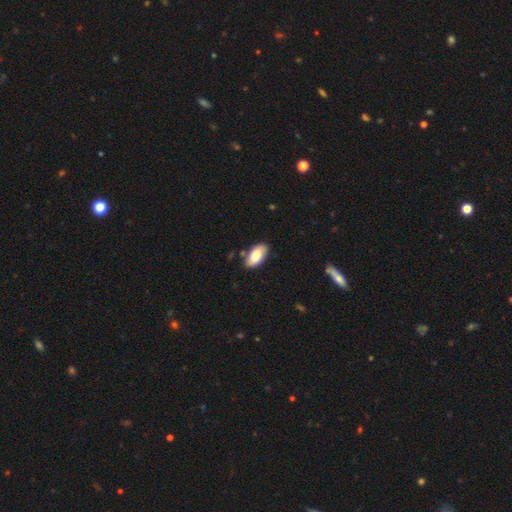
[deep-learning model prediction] Overall: smooth (80%). How rounded: in between (94%). Merging: none (78%).